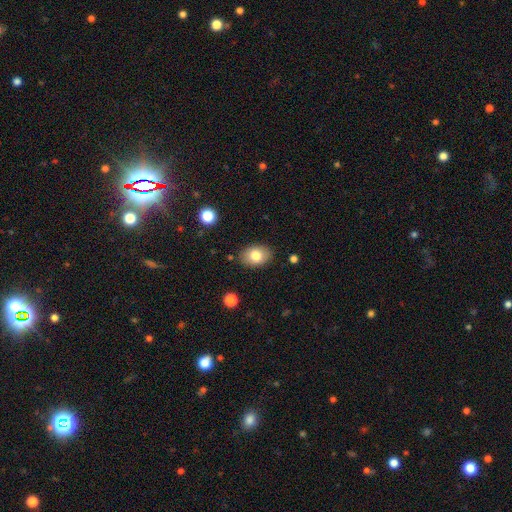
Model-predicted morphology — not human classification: A smooth galaxy with no disk features (80%) that is in between round and cigar-shaped (80%).

Vote fractions:
- Smooth or featured? smooth: 80% / featured or disk: 12% / star or artifact: 8%
- How rounded? in between: 80% / round: 19% / cigar-shaped: 1%
- Merging? none: 85% / minor disturbance: 11% / major disturbance: 3% / merger: 2%